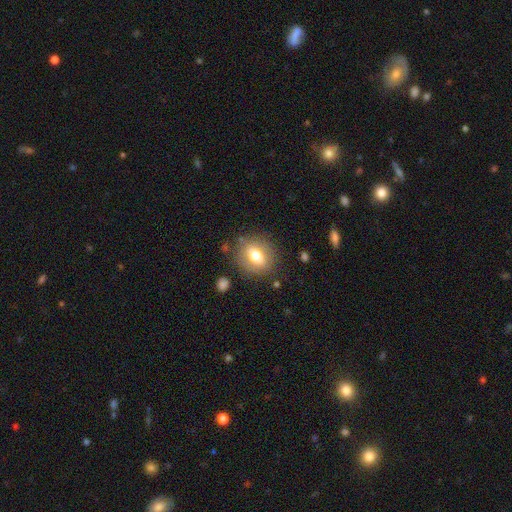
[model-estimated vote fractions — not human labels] This is likely a smooth galaxy (70%). How rounded: possibly in between (50%). Merging: clearly none (82%).